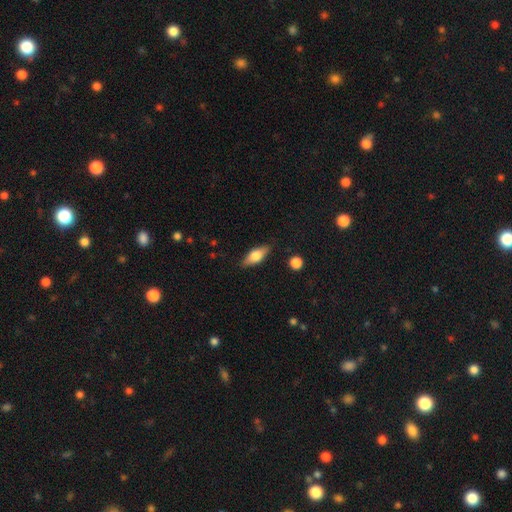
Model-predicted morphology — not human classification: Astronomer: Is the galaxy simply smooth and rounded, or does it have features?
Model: smooth — 65%.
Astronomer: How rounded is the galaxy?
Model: in between — 75%.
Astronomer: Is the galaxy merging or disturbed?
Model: none — 84%.